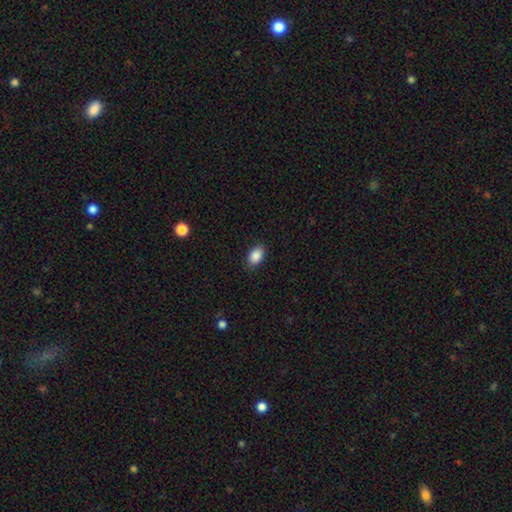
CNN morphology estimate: type=smooth (88%); roundness=in between (86%); merging=none (86%).